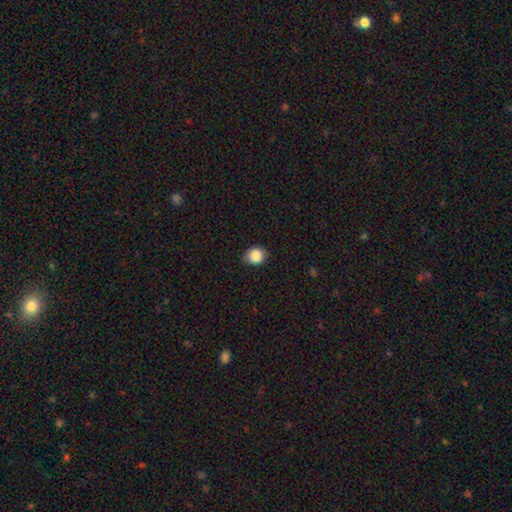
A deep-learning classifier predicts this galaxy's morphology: Smooth or featured? Predicted: smooth (p=0.87). How rounded? Predicted: round (p=0.72). Merging? Predicted: none (p=0.83).